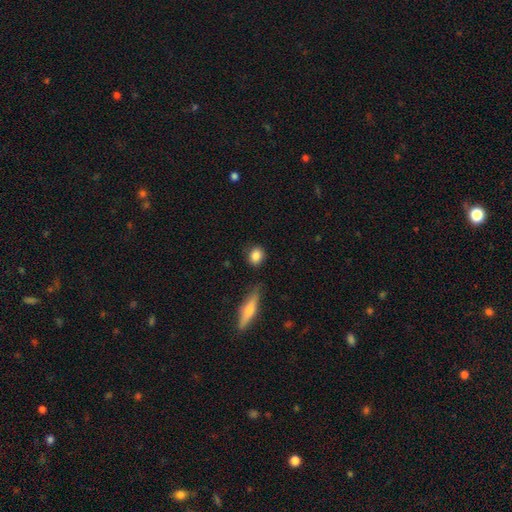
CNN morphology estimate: This appears to be a smooth galaxy with no disk features (86%) that is round (60%). Merging: none (82%).